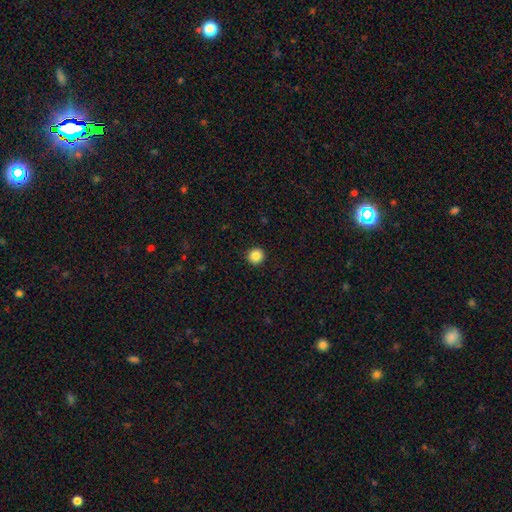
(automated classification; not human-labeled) This appears to be a smooth galaxy with no disk features (86%) that is round (94%). Merging: none (93%).